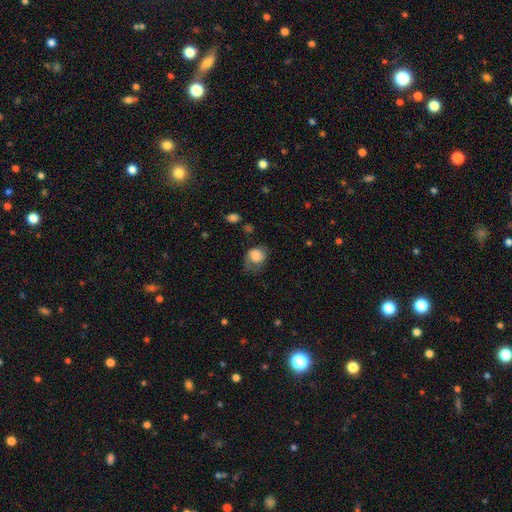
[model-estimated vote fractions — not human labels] The model was most divided on "merging": none: 36%, minor disturbance: 32%, major disturbance: 29%, merger: 2%. More confident: smooth or featured — smooth (77%); how rounded — round (57%).